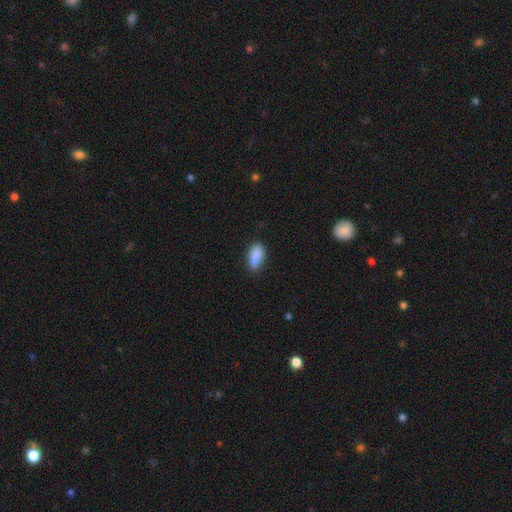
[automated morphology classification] Smooth or featured?
  - smooth: 85% *
  - star or artifact: 8%
  - featured or disk: 7%
How rounded?
  - in between: 85% *
  - cigar-shaped: 12%
  - round: 4%
Merging?
  - none: 60% *
  - minor disturbance: 29%
  - major disturbance: 6%
  - merger: 5%